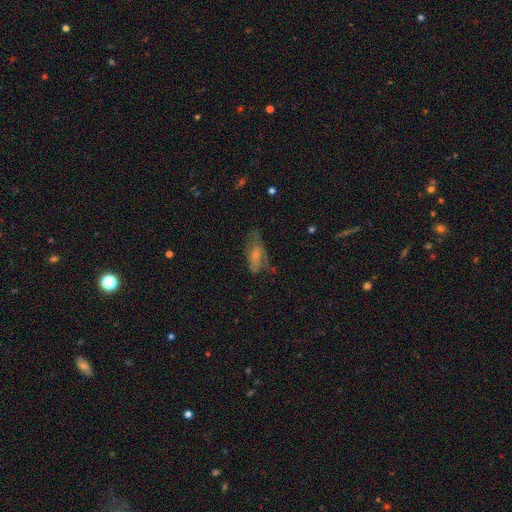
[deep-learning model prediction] This appears to be a smooth galaxy with no disk features (52%) that is in between round and cigar-shaped (83%). Merging: none (40%).